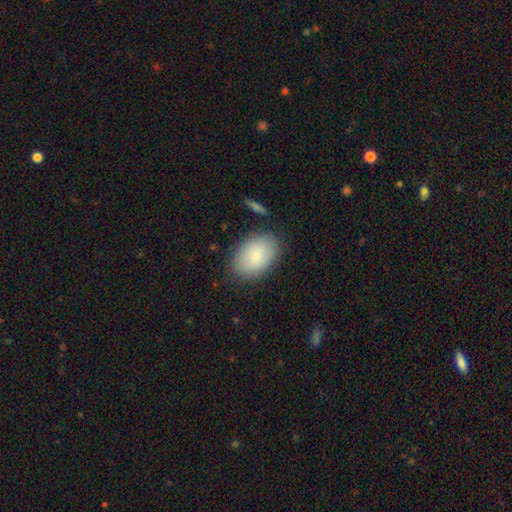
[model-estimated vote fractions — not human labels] A smooth galaxy with no disk features (77%) that is in between round and cigar-shaped (85%). Merging: none (82%).